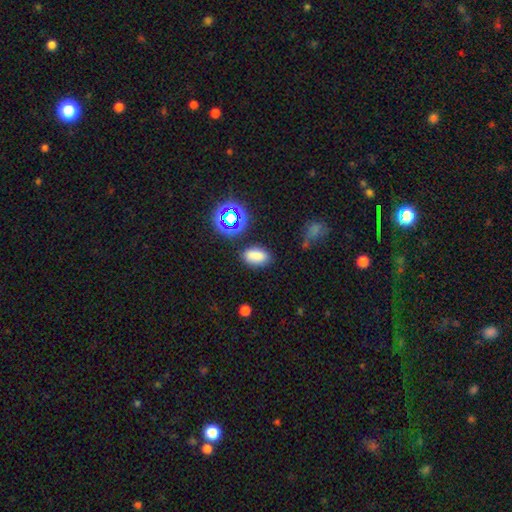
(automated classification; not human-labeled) Smooth or featured? Predicted: smooth (p=0.78). How rounded? Predicted: in between (p=0.90). Merging? Predicted: none (p=0.80).